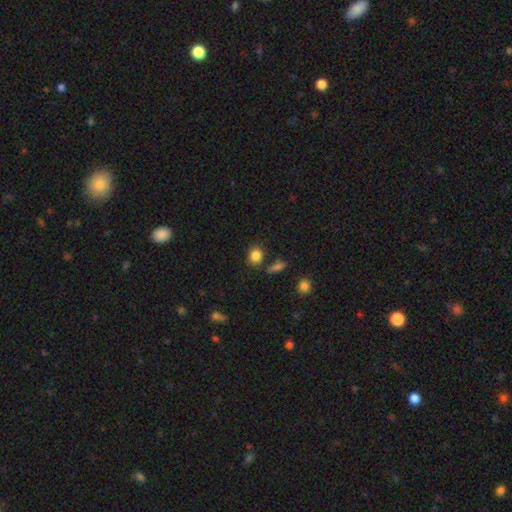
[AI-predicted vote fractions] A smooth galaxy with no disk features (85%) that is round (61%).

Vote fractions:
- Smooth or featured? smooth: 85% / star or artifact: 10% / featured or disk: 5%
- How rounded? round: 61% / in between: 37% / cigar-shaped: 2%
- Merging? none: 78% / minor disturbance: 12% / merger: 7% / major disturbance: 3%